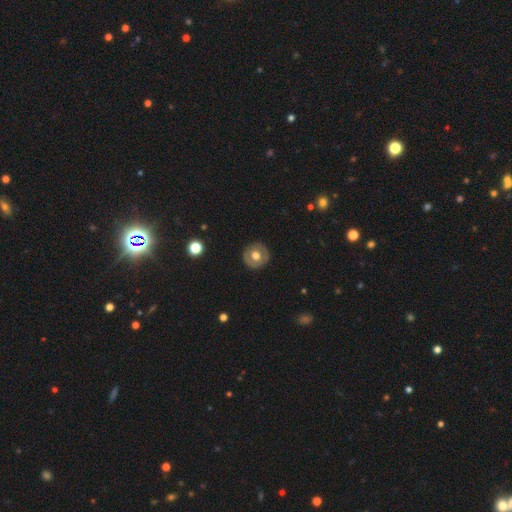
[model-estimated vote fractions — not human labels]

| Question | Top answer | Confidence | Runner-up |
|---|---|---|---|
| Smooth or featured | smooth | 53% | featured or disk (40%) |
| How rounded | round | 91% | in between (8%) |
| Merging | none | 87% | minor disturbance (9%) |